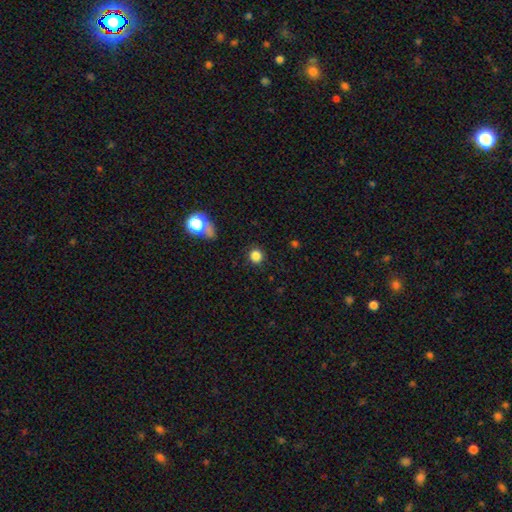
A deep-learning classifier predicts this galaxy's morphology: Q: Smooth or featured?
A: smooth (83%); runner-up: star or artifact (13%)
Q: How rounded?
A: round (93%); runner-up: in between (6%)
Q: Merging?
A: none (89%); runner-up: minor disturbance (7%)